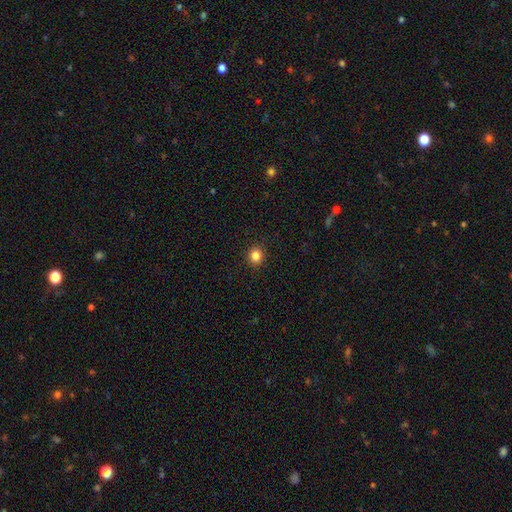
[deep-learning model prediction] smooth-or-featured: smooth: 84% | star or artifact: 12% | featured or disk: 4%
  how-rounded: round: 82% | in between: 17% | cigar-shaped: 1%
  merging: none: 92% | minor disturbance: 6% | major disturbance: 2% | merger: 1%